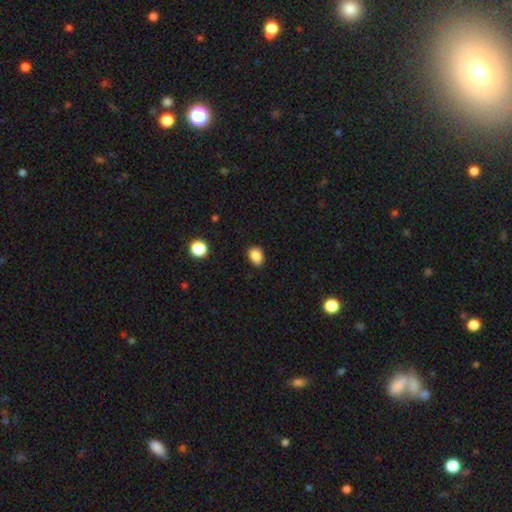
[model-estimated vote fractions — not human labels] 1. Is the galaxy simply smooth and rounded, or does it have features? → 87% smooth, 10% star or artifact, 3% featured or disk.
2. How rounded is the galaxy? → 66% in between, 33% round, 1% cigar-shaped.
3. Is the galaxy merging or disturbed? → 80% none, 16% minor disturbance, 3% major disturbance, 1% merger.